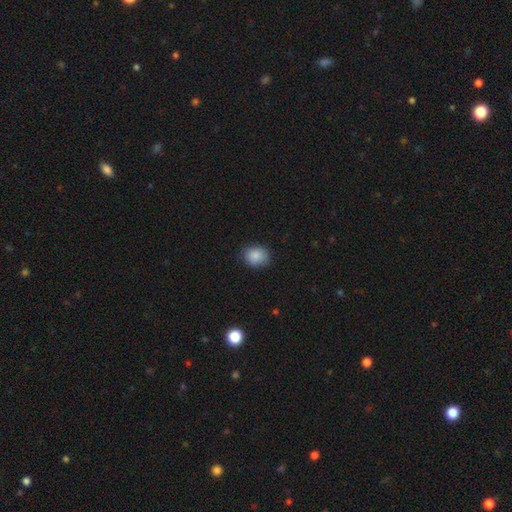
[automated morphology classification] smooth_or_featured: smooth (p=0.88) [alt: star or artifact p=0.08]
how_rounded: round (p=0.59) [alt: in between p=0.40]
merging: none (p=0.83) [alt: minor disturbance p=0.13]